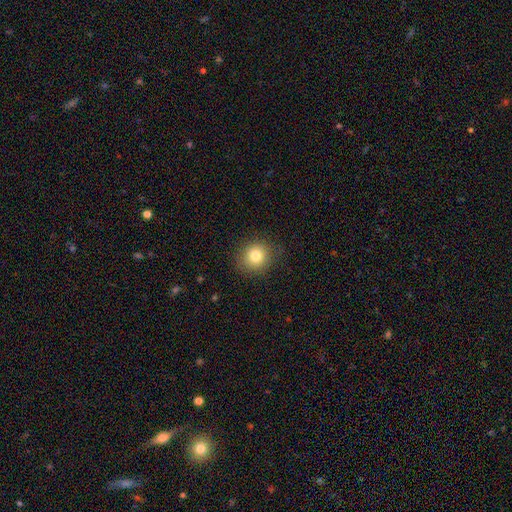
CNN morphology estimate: Smooth or featured: smooth — 80% (star or artifact — 11%)
How rounded: round — 83% (in between — 16%)
Merging: none — 87% (minor disturbance — 9%)